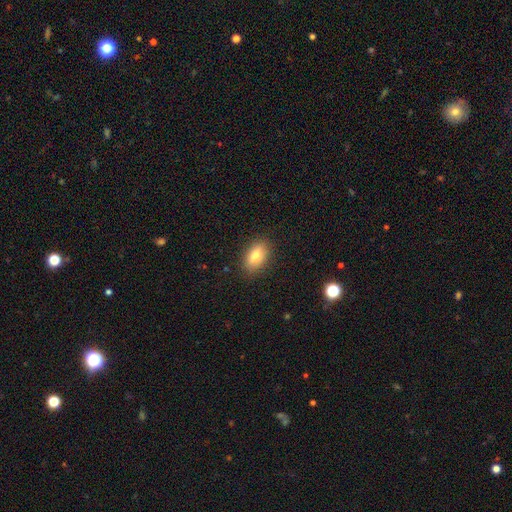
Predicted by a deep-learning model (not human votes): This is likely a smooth galaxy (75%). How rounded: clearly in between (86%). Merging: clearly none (86%).